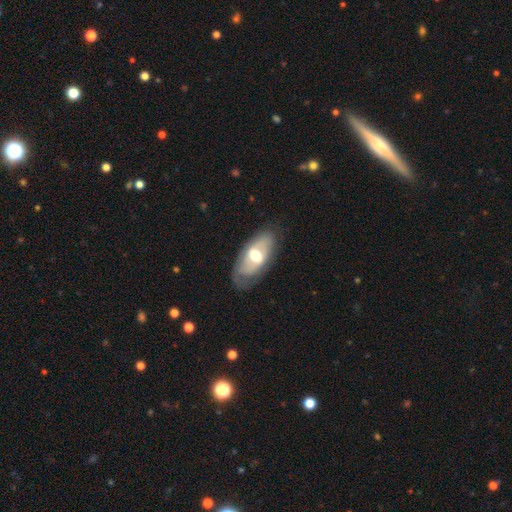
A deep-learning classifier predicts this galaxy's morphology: featured or disk 54%, smooth 40%, star or artifact 6%. Down the decision tree: edge-on disk — no (84%); merging — none (67%).